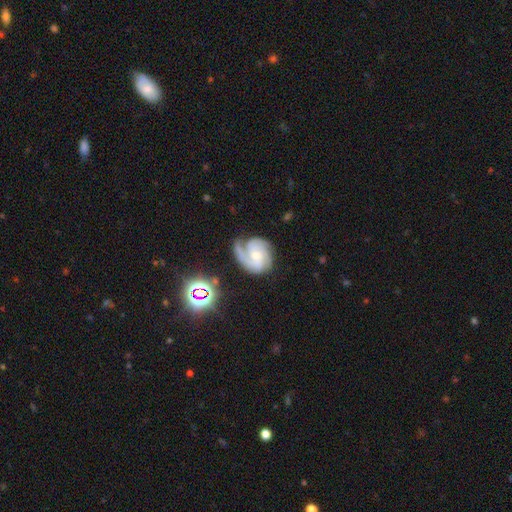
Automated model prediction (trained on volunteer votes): Smooth or featured? featured or disk (84%)
Edge-on disk? no (98%)
Bar? no (66%)
Spiral arms? yes (97%)
Spiral winding? tight (50%)
Spiral arm count? 3 (37%)
Bulge size? small (48%)
Merging? none (57%)